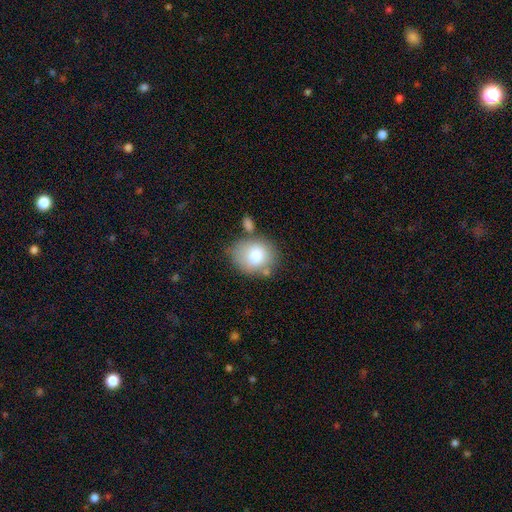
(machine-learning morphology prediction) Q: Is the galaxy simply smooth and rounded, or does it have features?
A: smooth — 77%.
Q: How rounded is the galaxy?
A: round — 59%.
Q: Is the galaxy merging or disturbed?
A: none — 62%.